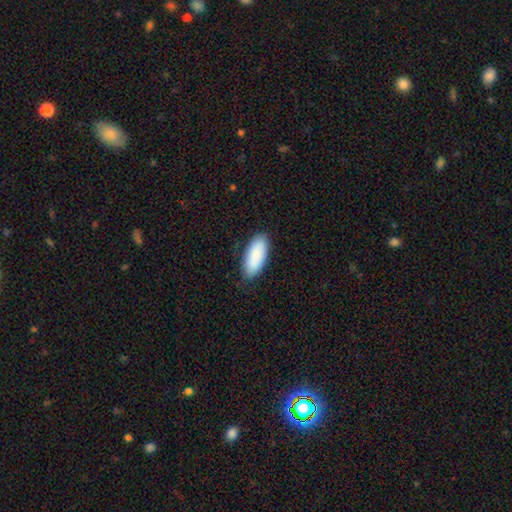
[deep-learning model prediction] Morphology: type=smooth (88%); roundness=in between (87%); merging=none (83%).